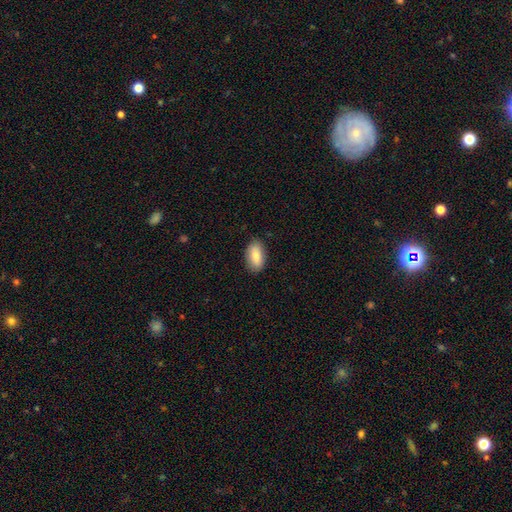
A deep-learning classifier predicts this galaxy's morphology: This appears to be a smooth galaxy with no disk features (83%) that is in between round and cigar-shaped (93%). Merging: none (85%).